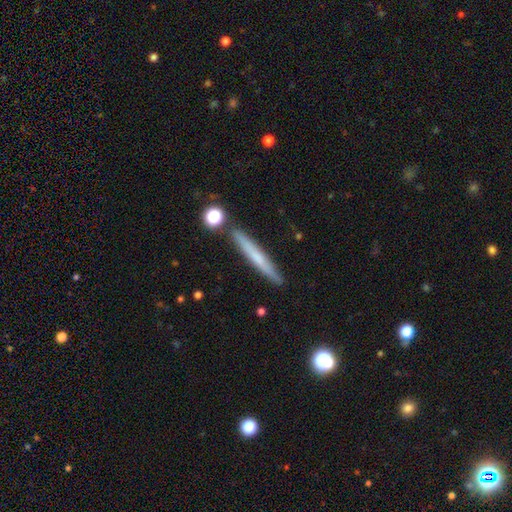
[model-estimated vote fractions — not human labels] Q: Smooth or featured?
A: smooth (53%); runner-up: featured or disk (40%)
Q: How rounded?
A: cigar-shaped (96%); runner-up: in between (3%)
Q: Merging?
A: none (86%); runner-up: minor disturbance (9%)